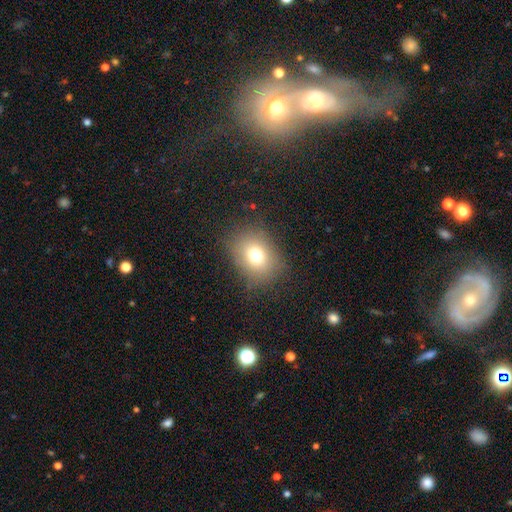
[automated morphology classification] smooth-or-featured: smooth: 73% | star or artifact: 15% | featured or disk: 13%
  how-rounded: round: 51% | in between: 48% | cigar-shaped: 1%
  merging: none: 82% | minor disturbance: 12% | major disturbance: 5% | merger: 1%